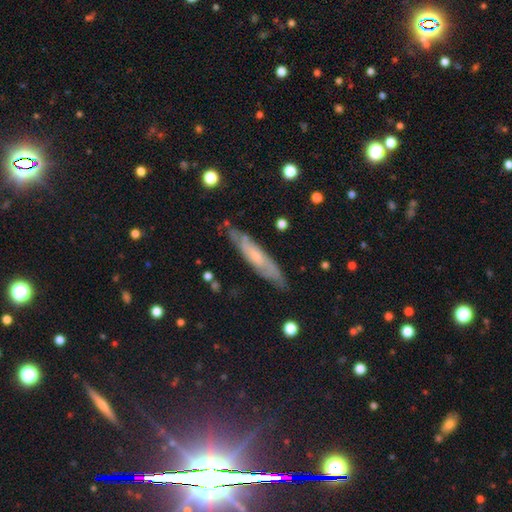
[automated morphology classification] The model was most divided on "edge-on disk": yes: 52%, no: 48%. More confident: merging — none (80%); smooth or featured — featured or disk (62%).